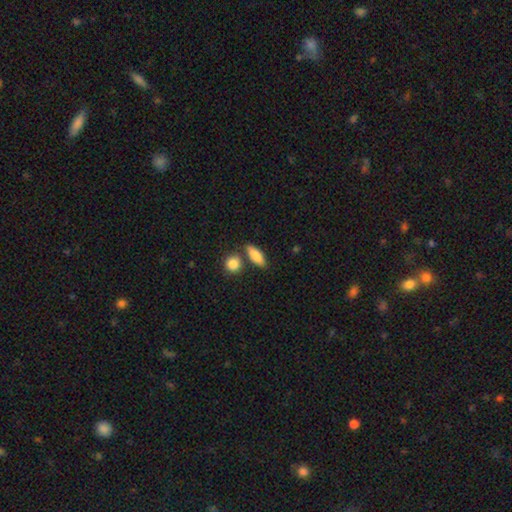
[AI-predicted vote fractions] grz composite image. It shows a smooth galaxy with no disk features (82%) that is in between round and cigar-shaped (69%). Merging: none (71%).